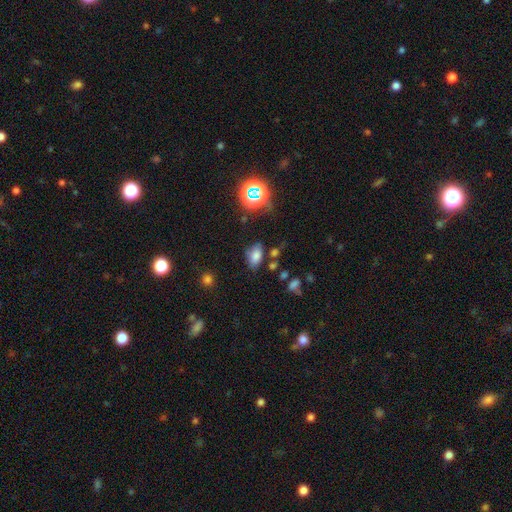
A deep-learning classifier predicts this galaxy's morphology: This is likely a smooth galaxy (73%). How rounded: clearly in between (90%). Merging: likely none (71%).